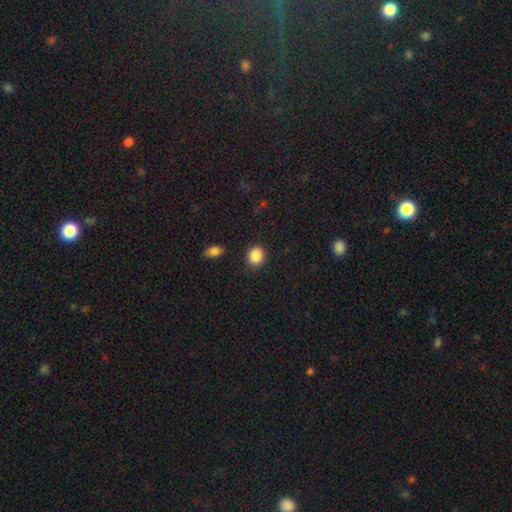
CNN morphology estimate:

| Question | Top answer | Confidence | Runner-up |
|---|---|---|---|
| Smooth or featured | smooth | 89% | star or artifact (8%) |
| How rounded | round | 66% | in between (33%) |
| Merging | none | 87% | minor disturbance (9%) |